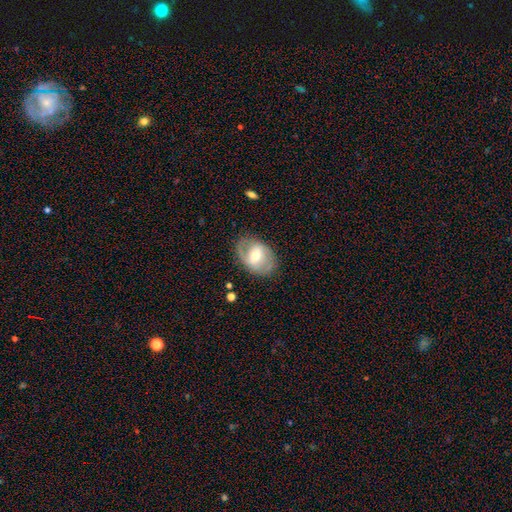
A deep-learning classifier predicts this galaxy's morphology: This is likely a featured or disk galaxy (73%). It is clearly not viewed edge-on (96%). Bar: possibly weak (50%). Spiral arm pattern: clearly yes (86%). Spiral arm count: likely 2 (80%). Spiral winding: possibly medium (48%). Central bulge: likely moderate (62%). Merging: likely none (78%).